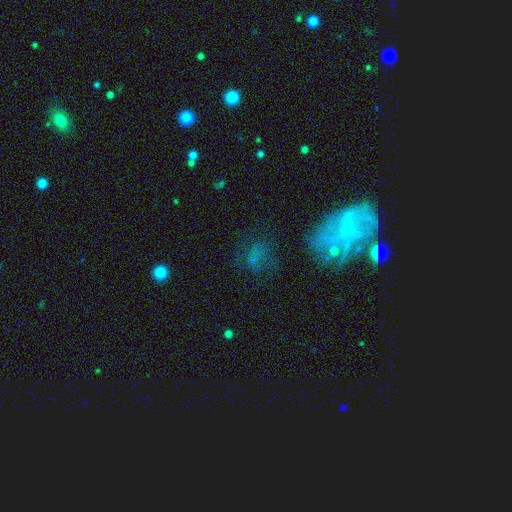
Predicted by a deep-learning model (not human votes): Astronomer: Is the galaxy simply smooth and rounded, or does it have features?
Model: smooth — 44% (runner-up: featured or disk, 30%).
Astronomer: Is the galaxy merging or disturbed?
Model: none — 52%.